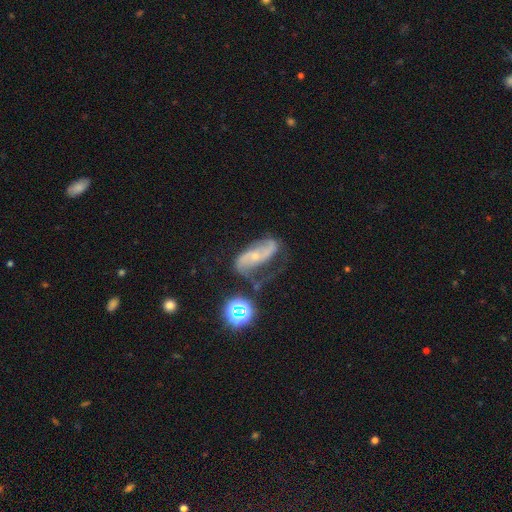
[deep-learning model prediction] A featured or disk galaxy (77%) with no bar (54%), 2 (84%) loose (46%) spiral arms (93%) and a small central bulge (72%). Merging: none (48%).